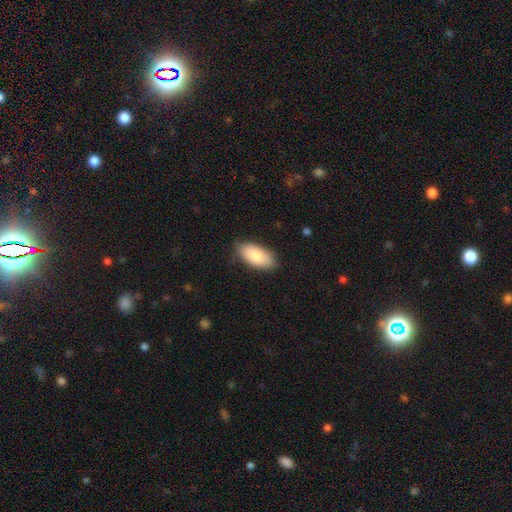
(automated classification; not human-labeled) A smooth galaxy with no disk features (85%) that is in between round and cigar-shaped (93%).

Vote fractions:
- Smooth or featured? smooth: 85% / featured or disk: 9% / star or artifact: 6%
- How rounded? in between: 93% / cigar-shaped: 5% / round: 2%
- Merging? none: 80% / minor disturbance: 16% / major disturbance: 3% / merger: 1%